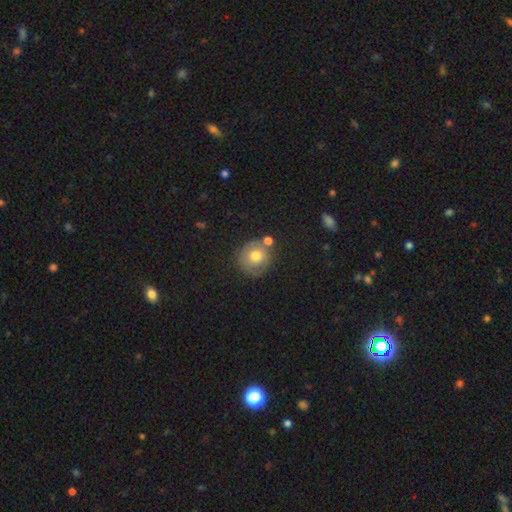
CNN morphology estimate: A smooth galaxy with no disk features (64%) that is round (89%). Merging: none (65%).